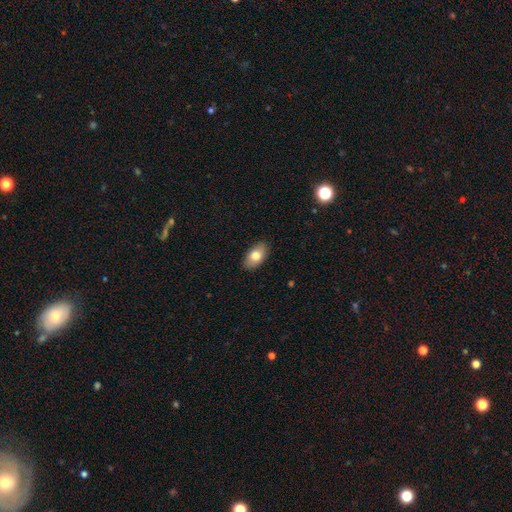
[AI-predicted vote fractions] smooth_or_featured: smooth (p=0.78) [alt: featured or disk p=0.15]
how_rounded: in between (p=0.91) [alt: round p=0.06]
merging: none (p=0.87) [alt: minor disturbance p=0.10]